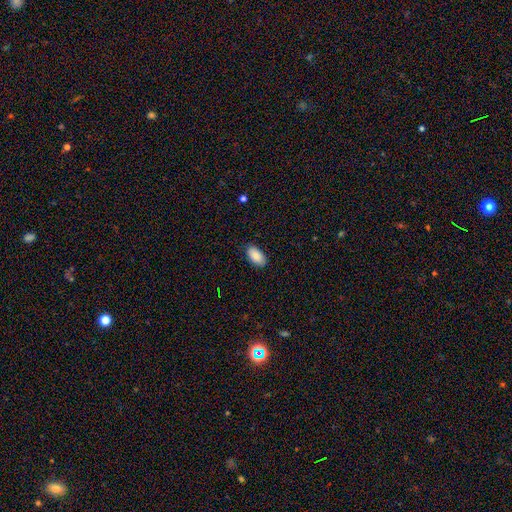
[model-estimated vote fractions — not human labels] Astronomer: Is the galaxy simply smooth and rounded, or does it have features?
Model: smooth — 88%.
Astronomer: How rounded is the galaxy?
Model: in between — 95%.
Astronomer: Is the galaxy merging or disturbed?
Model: none — 86%.